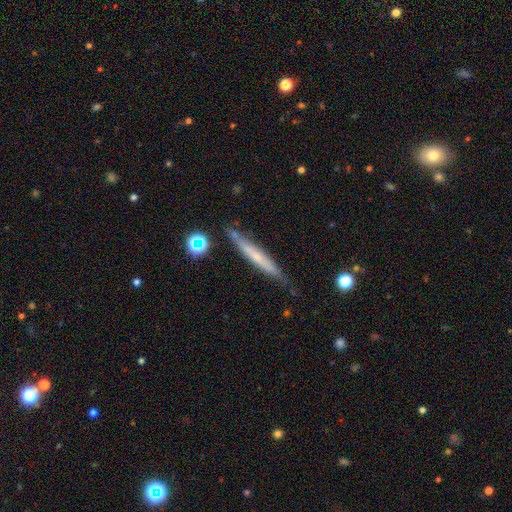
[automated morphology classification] smooth_or_featured: smooth (p=0.47) [alt: featured or disk p=0.46]
merging: none (p=0.77) [alt: minor disturbance p=0.17]